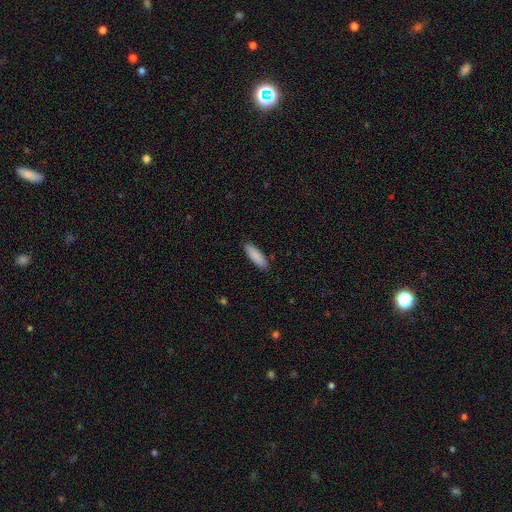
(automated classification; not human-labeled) The model was most divided on "how rounded": in between: 53%, cigar-shaped: 46%, round: 1%. More confident: smooth or featured — smooth (89%); merging — none (88%).